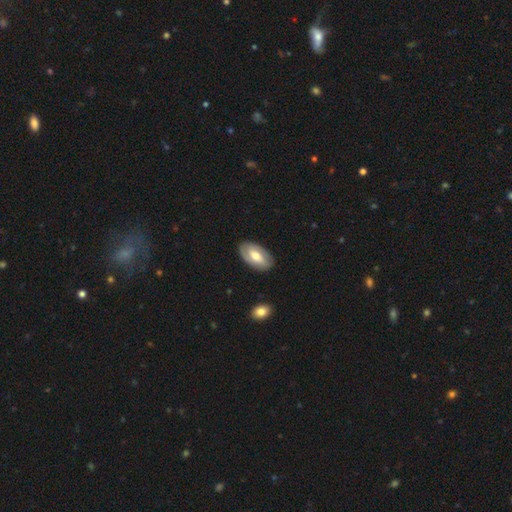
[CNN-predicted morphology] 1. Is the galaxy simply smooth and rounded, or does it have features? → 48% featured or disk, 47% smooth, 5% star or artifact.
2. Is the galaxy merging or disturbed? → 84% none, 12% minor disturbance, 3% major disturbance, 1% merger.